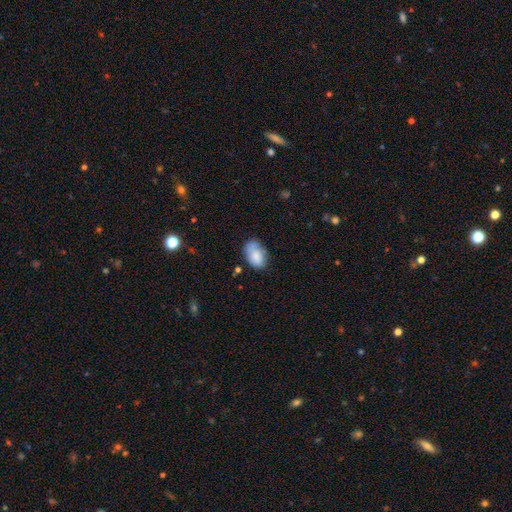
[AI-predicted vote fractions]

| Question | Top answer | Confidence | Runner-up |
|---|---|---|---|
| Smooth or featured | smooth | 77% | featured or disk (16%) |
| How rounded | in between | 87% | round (12%) |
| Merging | none | 56% | minor disturbance (28%) |